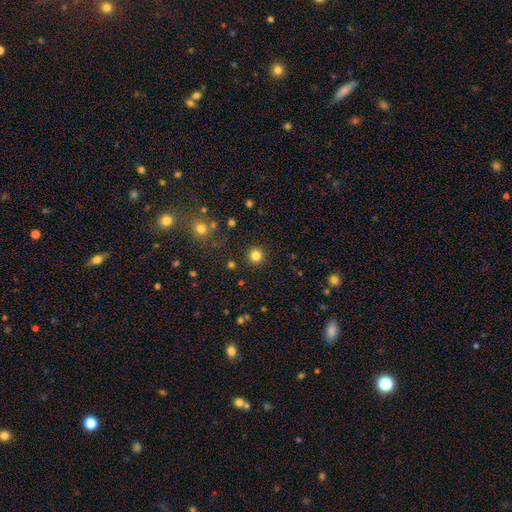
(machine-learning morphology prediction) Q: Smooth or featured?
A: smooth (82%); runner-up: star or artifact (14%)
Q: How rounded?
A: round (95%); runner-up: in between (4%)
Q: Merging?
A: none (90%); runner-up: minor disturbance (6%)